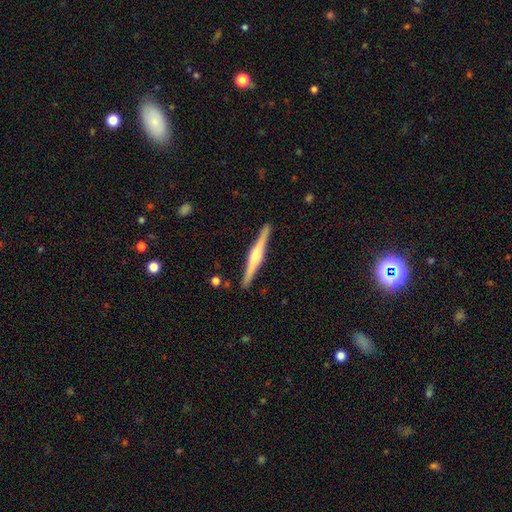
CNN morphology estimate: Q: Smooth or featured?
A: featured or disk (74%); runner-up: smooth (21%)
Q: Edge-on disk?
A: yes (98%); runner-up: no (2%)
Q: Edge-on bulge?
A: rounded (69%); runner-up: boxy (21%)
Q: Merging?
A: none (91%); runner-up: minor disturbance (7%)